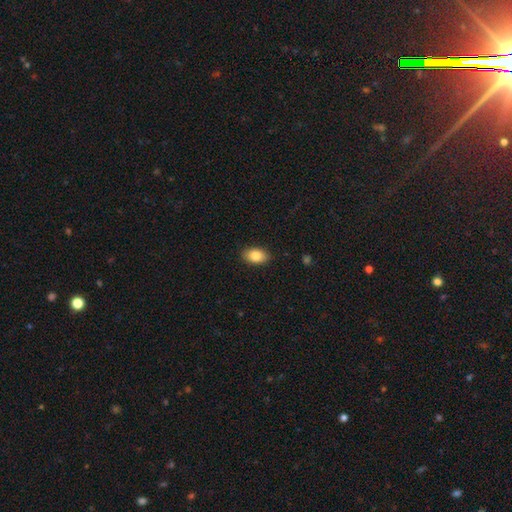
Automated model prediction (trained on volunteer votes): smooth_or_featured: smooth (p=0.86) [alt: star or artifact p=0.07]
how_rounded: in between (p=0.89) [alt: round p=0.09]
merging: none (p=0.88) [alt: minor disturbance p=0.09]